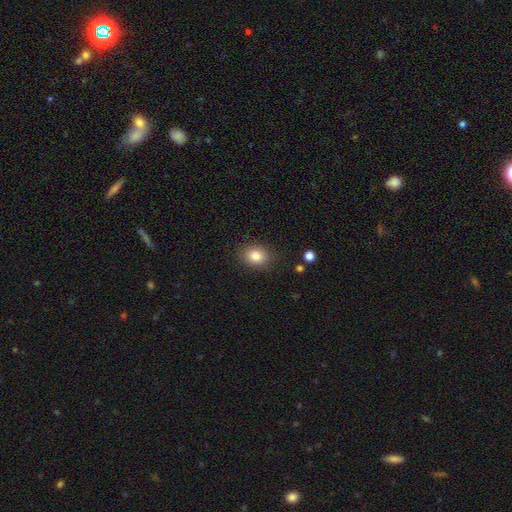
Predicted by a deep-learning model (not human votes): smooth 83%, star or artifact 10%, featured or disk 7%. Down the decision tree: how rounded — in between (51%); merging — none (86%).